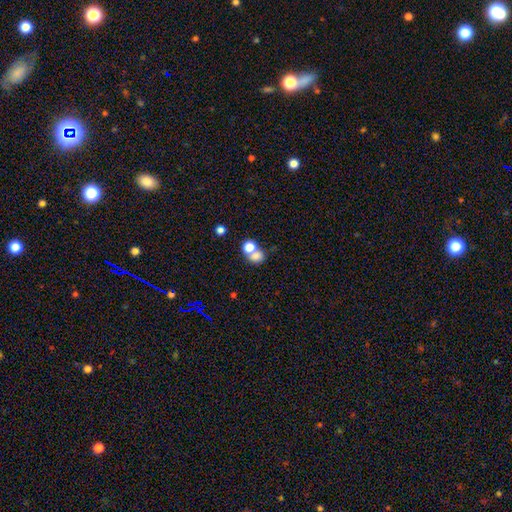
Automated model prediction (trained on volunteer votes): smooth 73%, star or artifact 14%, featured or disk 13%. Down the decision tree: how rounded — round (58%); merging — merger (53%).